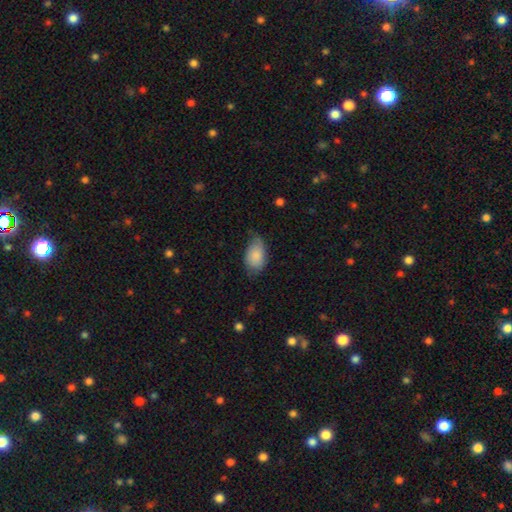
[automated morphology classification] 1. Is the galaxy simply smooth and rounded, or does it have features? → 83% smooth, 10% featured or disk, 6% star or artifact.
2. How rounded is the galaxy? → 92% in between, 6% round, 2% cigar-shaped.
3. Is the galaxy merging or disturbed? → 53% none, 37% minor disturbance, 8% major disturbance, 1% merger.